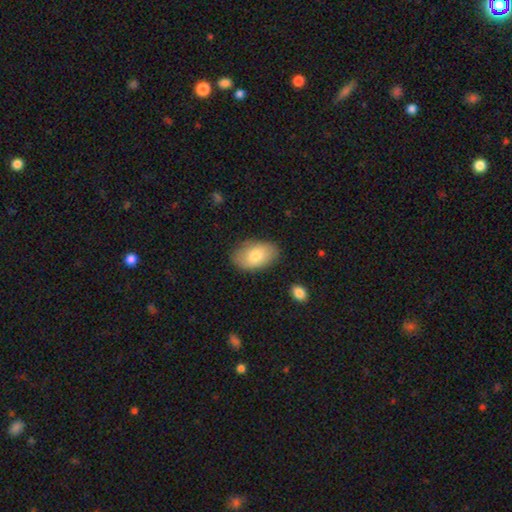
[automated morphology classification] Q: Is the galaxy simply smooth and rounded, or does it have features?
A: smooth — 78%.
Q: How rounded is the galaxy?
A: in between — 92%.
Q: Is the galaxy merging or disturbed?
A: none — 82%.